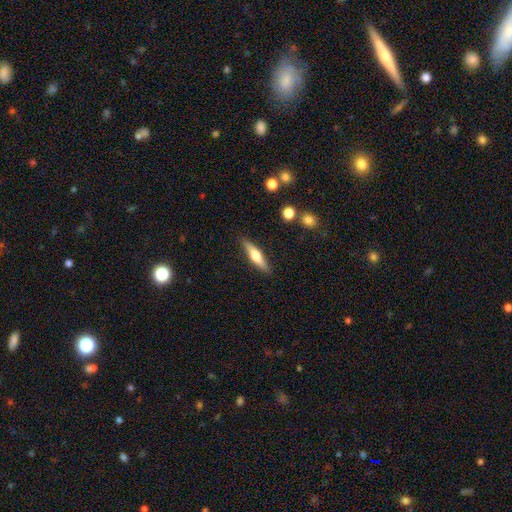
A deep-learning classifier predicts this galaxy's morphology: Q: Smooth or featured?
A: smooth (47%); tied with: featured or disk (47%)
Q: Merging?
A: none (88%); runner-up: minor disturbance (9%)